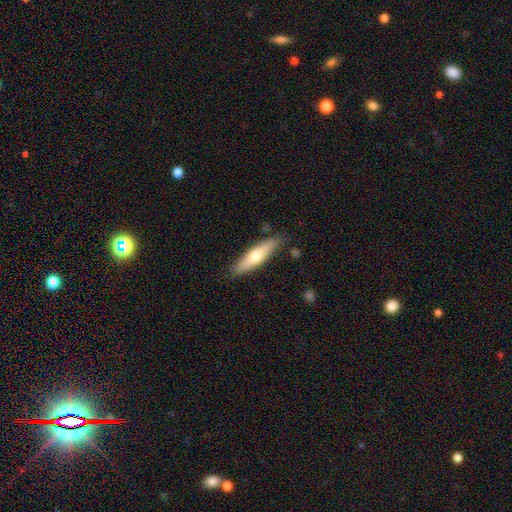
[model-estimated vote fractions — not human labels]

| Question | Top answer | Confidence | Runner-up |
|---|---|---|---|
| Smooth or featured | smooth | 59% | featured or disk (36%) |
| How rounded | cigar-shaped | 72% | in between (26%) |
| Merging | none | 84% | minor disturbance (12%) |